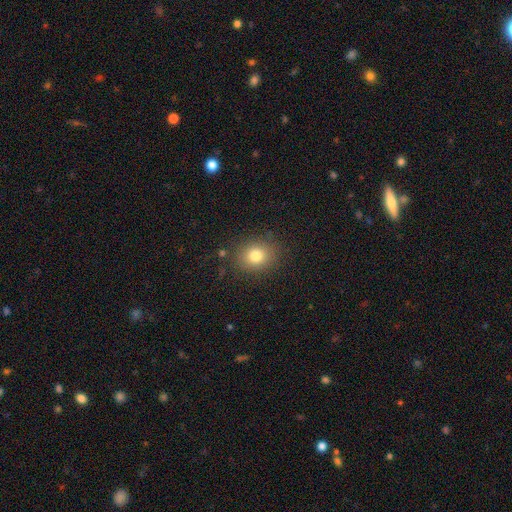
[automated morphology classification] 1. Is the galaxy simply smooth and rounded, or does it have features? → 80% smooth, 12% star or artifact, 8% featured or disk.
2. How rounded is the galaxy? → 65% round, 35% in between, 1% cigar-shaped.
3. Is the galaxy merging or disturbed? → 85% none, 9% minor disturbance, 3% major disturbance, 2% merger.